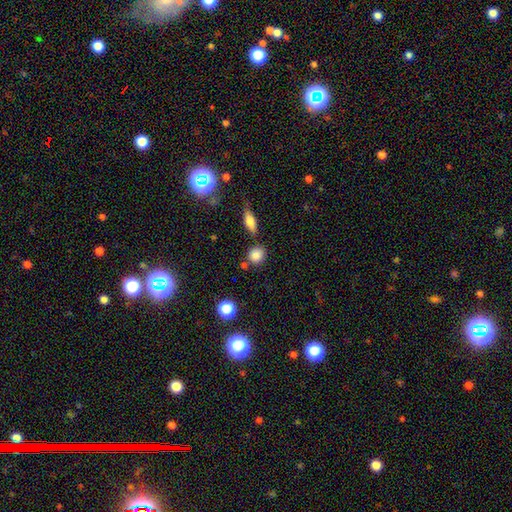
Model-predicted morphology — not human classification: This is clearly a smooth galaxy (84%). How rounded: clearly round (84%). Merging: likely none (76%).